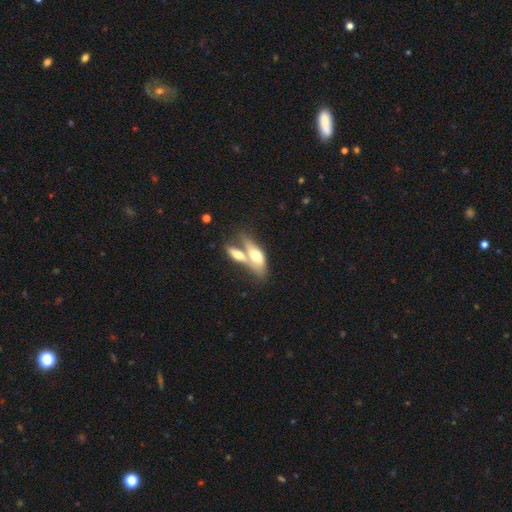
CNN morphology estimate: Smooth or featured: smooth — 55% (featured or disk — 39%)
How rounded: in between — 69% (cigar-shaped — 27%)
Merging: merger — 64% (none — 23%)